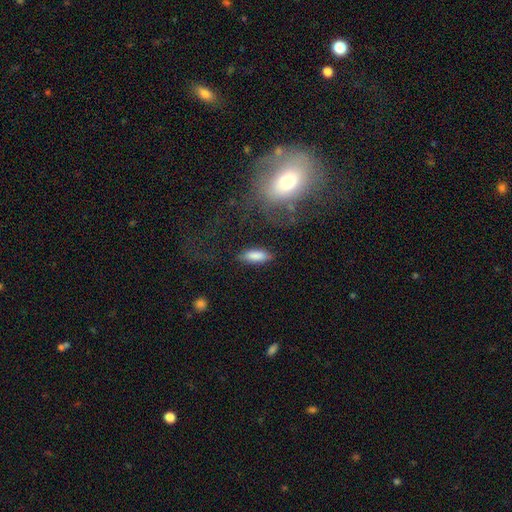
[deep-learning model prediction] A smooth galaxy with no disk features (85%) that is in between round and cigar-shaped (65%).

Vote fractions:
- Smooth or featured? smooth: 85% / featured or disk: 8% / star or artifact: 7%
- How rounded? in between: 65% / cigar-shaped: 33% / round: 2%
- Merging? none: 80% / minor disturbance: 13% / major disturbance: 5% / merger: 2%